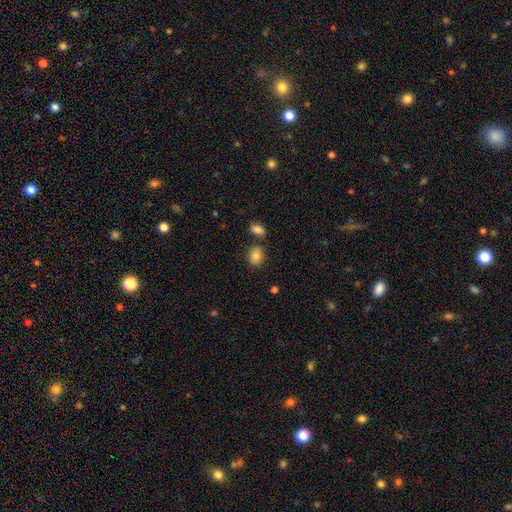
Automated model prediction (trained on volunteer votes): Morphology: type=smooth (85%); roundness=in between (58%); merging=none (72%).